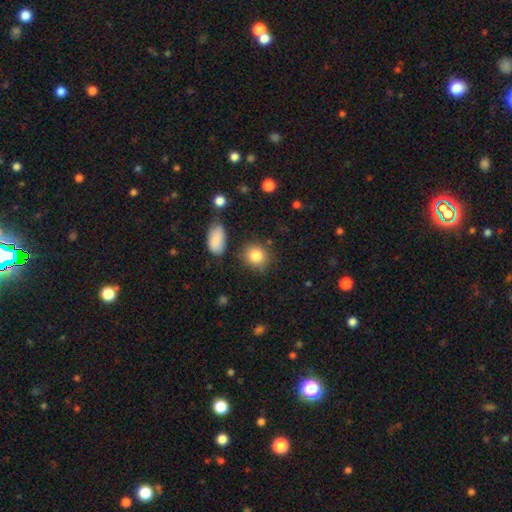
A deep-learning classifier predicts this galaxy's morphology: smooth_or_featured: smooth (p=0.84) [alt: star or artifact p=0.09]
how_rounded: round (p=0.78) [alt: in between p=0.21]
merging: none (p=0.77) [alt: minor disturbance p=0.14]